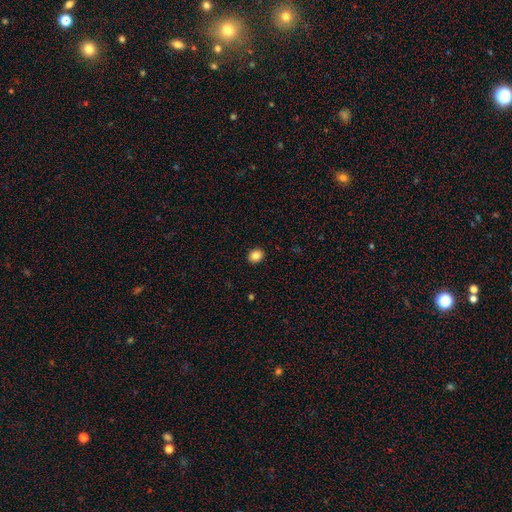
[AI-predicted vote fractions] Morphology: type=smooth (85%); roundness=round (56%); merging=none (91%).